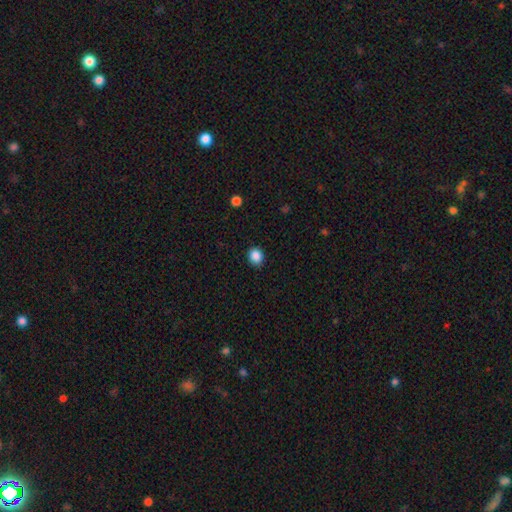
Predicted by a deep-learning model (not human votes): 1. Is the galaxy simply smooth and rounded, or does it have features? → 87% smooth, 10% star or artifact, 3% featured or disk.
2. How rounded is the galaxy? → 64% round, 35% in between, 1% cigar-shaped.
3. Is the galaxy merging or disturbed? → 88% none, 9% minor disturbance, 2% major disturbance, 1% merger.